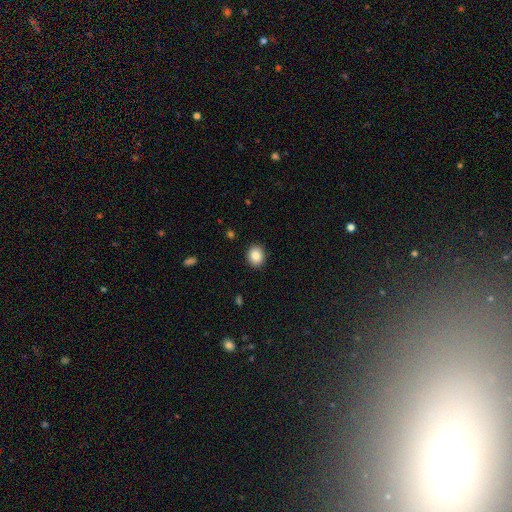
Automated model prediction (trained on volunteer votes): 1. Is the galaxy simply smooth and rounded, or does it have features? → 86% smooth, 9% star or artifact, 5% featured or disk.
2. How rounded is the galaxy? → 60% round, 40% in between, 1% cigar-shaped.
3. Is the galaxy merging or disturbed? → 90% none, 7% minor disturbance, 2% major disturbance, 1% merger.